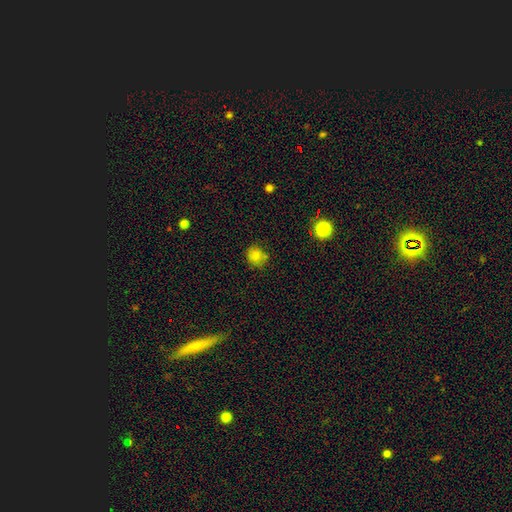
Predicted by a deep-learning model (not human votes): Q: Smooth or featured?
A: smooth (82%); runner-up: star or artifact (13%)
Q: How rounded?
A: round (79%); runner-up: in between (20%)
Q: Merging?
A: none (73%); runner-up: minor disturbance (18%)